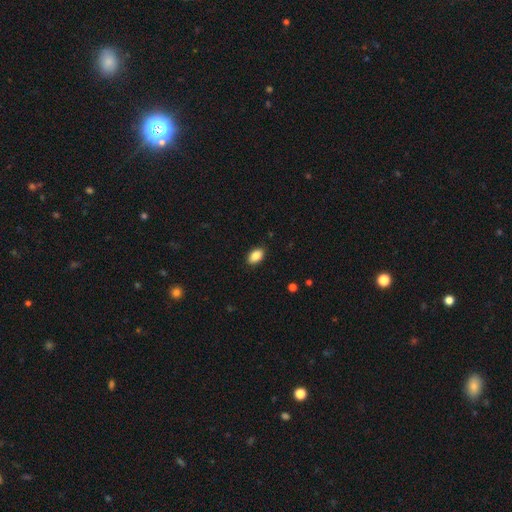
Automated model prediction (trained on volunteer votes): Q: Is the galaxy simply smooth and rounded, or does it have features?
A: smooth — 87%.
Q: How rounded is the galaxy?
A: in between — 91%.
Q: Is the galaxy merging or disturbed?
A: none — 89%.